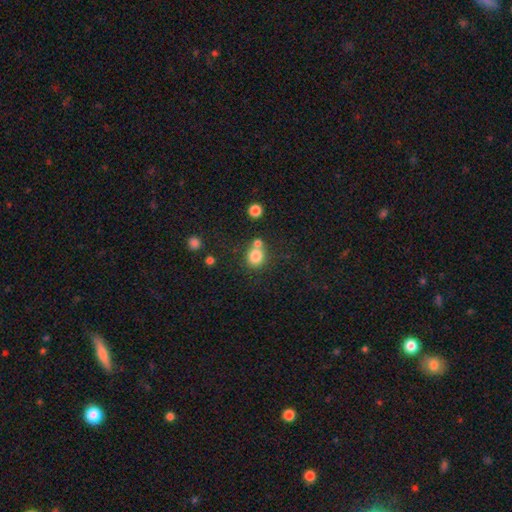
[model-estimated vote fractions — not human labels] This is clearly a smooth galaxy (81%). How rounded: clearly round (85%). Merging: possibly none (59%).